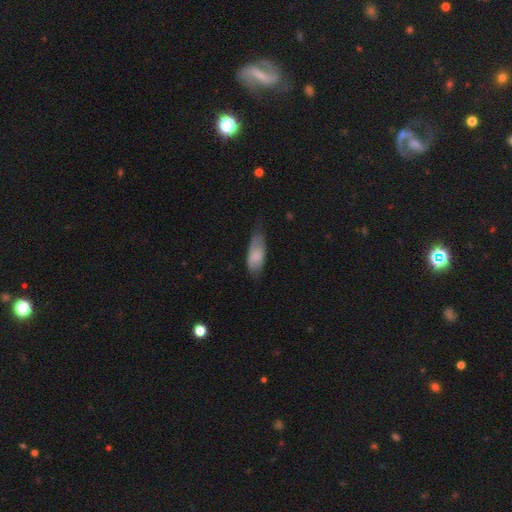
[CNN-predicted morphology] The model was most divided on "merging": none: 51%, minor disturbance: 34%, major disturbance: 13%, merger: 2%. More confident: how rounded — in between (78%); smooth or featured — smooth (74%).